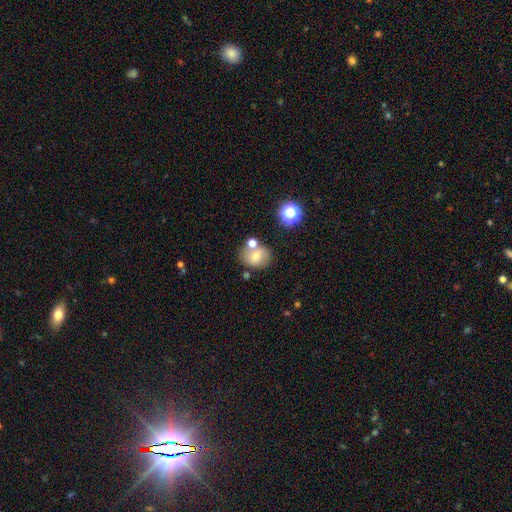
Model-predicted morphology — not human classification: smooth 65%, featured or disk 22%, star or artifact 13%. Down the decision tree: how rounded — round (63%); merging — none (59%).